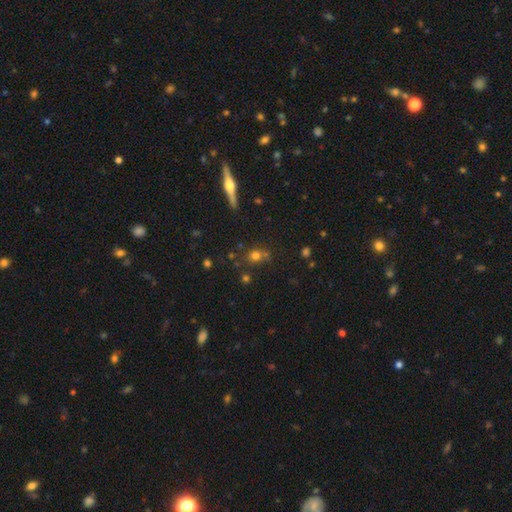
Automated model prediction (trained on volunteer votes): smooth_or_featured: smooth (p=0.69) [alt: star or artifact p=0.19]
how_rounded: round (p=0.77) [alt: in between p=0.21]
merging: none (p=0.64) [alt: merger p=0.18]